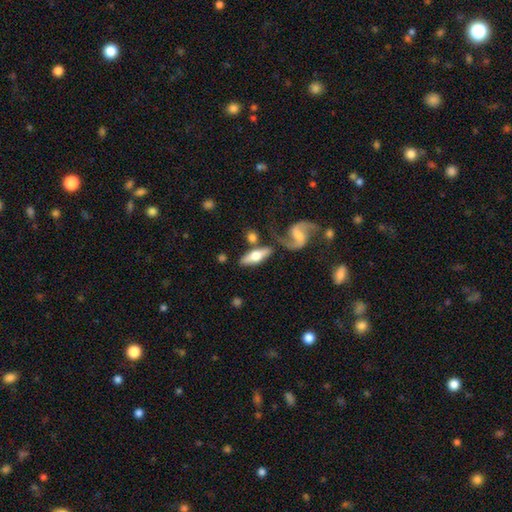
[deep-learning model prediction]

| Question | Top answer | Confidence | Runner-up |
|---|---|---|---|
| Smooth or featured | featured or disk | 57% | smooth (38%) |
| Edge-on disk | yes | 68% | no (32%) |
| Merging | none | 62% | merger (18%) |